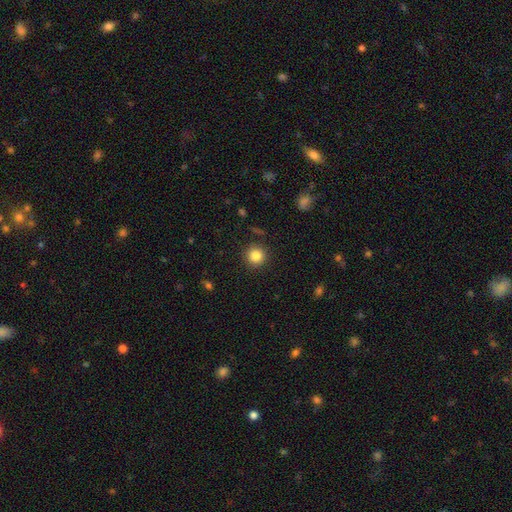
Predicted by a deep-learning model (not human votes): smooth 84%, star or artifact 11%, featured or disk 5%. Down the decision tree: how rounded — round (94%); merging — none (90%).